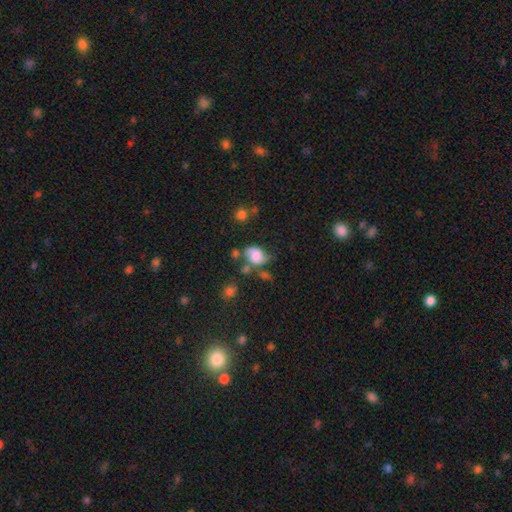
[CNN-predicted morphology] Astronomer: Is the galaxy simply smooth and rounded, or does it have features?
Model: smooth — 54% (runner-up: featured or disk, 35%).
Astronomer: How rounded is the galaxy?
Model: in between — 69%.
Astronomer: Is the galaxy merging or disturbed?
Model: none — 35% (runner-up: minor disturbance, 28%).